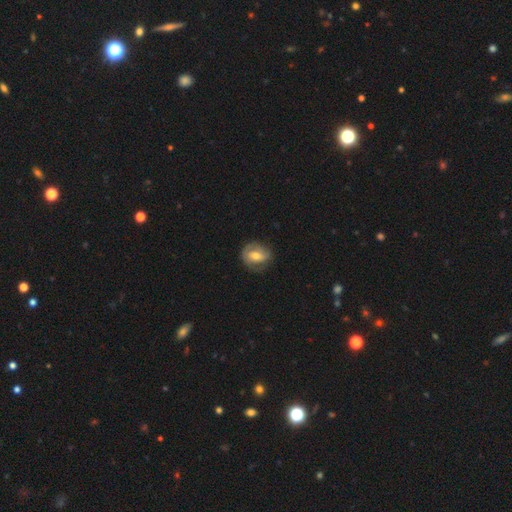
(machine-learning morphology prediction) type=featured or disk (56%); edge-on=no (96%); bar=weak (41%); spiral arms=yes (75%); bulge=moderate (64%); merging=none (66%).